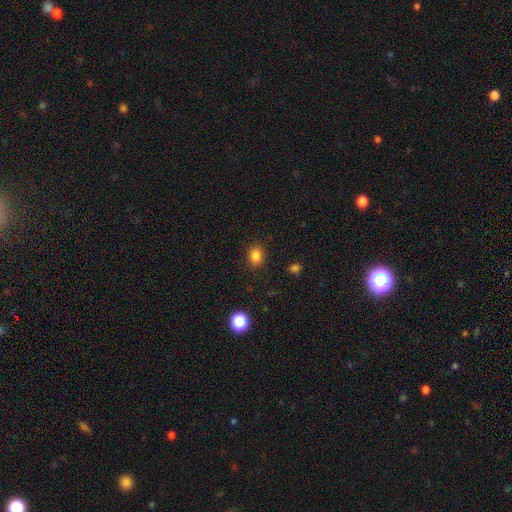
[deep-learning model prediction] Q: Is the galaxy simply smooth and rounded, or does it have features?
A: smooth — 84%.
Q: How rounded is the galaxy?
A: in between — 58%.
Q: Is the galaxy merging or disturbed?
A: none — 88%.